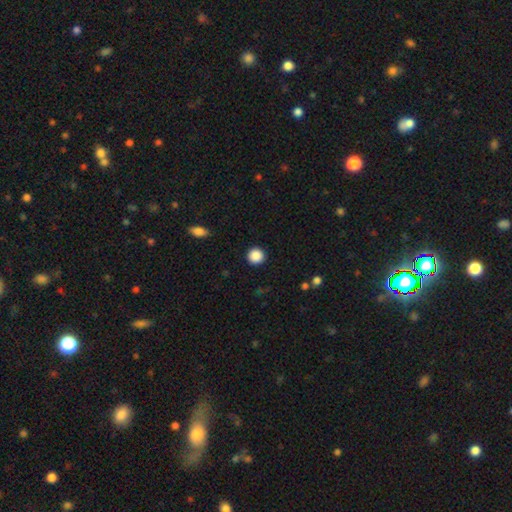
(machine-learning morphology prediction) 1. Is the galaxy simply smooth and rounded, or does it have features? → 89% smooth, 9% star or artifact, 3% featured or disk.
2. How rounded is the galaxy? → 95% round, 4% in between, 1% cigar-shaped.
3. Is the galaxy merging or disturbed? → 93% none, 4% minor disturbance, 2% major disturbance, 1% merger.